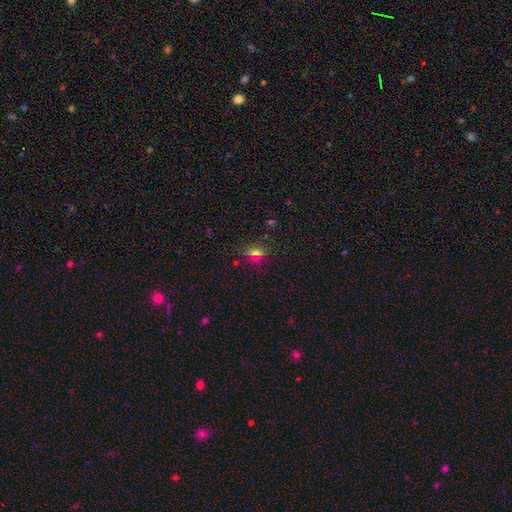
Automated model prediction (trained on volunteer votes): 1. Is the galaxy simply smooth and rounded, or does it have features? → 64% smooth, 26% star or artifact, 10% featured or disk.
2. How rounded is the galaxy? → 65% round, 32% in between, 3% cigar-shaped.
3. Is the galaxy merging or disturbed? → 84% none, 10% minor disturbance, 3% major disturbance, 3% merger.